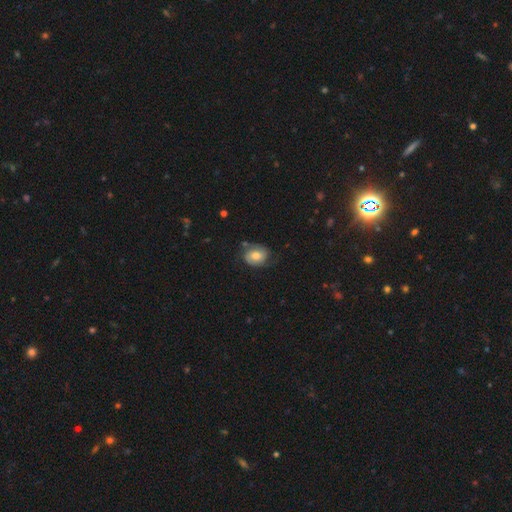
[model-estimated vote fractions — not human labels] Smooth or featured?
  - featured or disk: 49% *
  - smooth: 43%
  - star or artifact: 8%
Merging?
  - none: 64% *
  - minor disturbance: 23%
  - major disturbance: 10%
  - merger: 2%